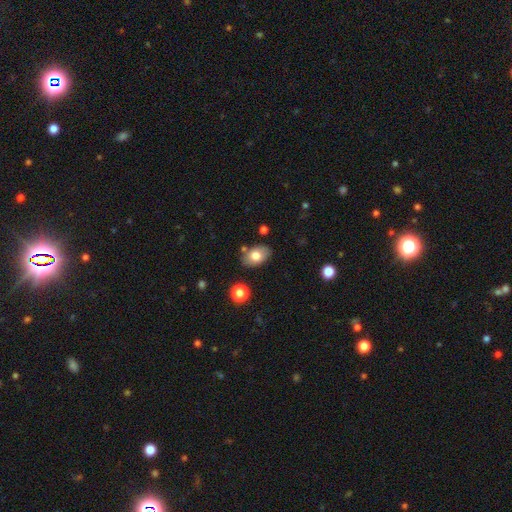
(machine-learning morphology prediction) type=smooth (76%); roundness=in between (87%); merging=none (79%).